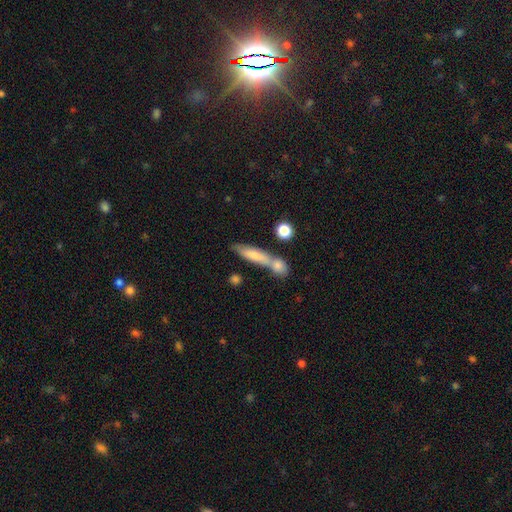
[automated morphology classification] A smooth galaxy with no disk features (67%) that is cigar-shaped (70%). Merging: none (50%).